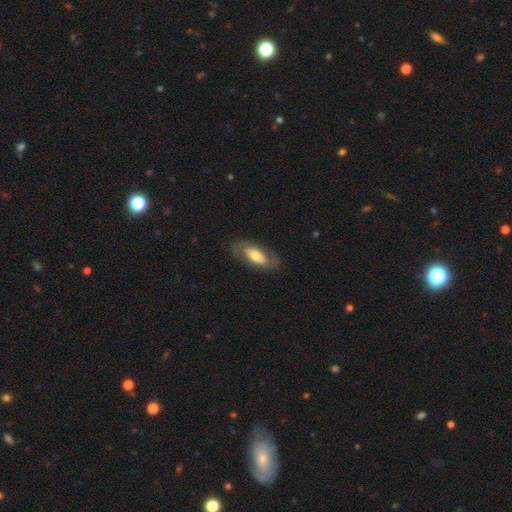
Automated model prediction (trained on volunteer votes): This appears to be a featured or disk galaxy (56%). Merging: none (78%).